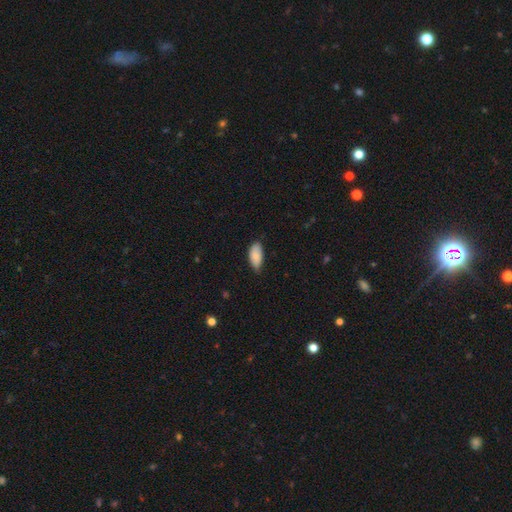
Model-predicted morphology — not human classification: Smooth or featured: smooth — 87% (featured or disk — 7%)
How rounded: in between — 91% (cigar-shaped — 7%)
Merging: none — 64% (minor disturbance — 31%)